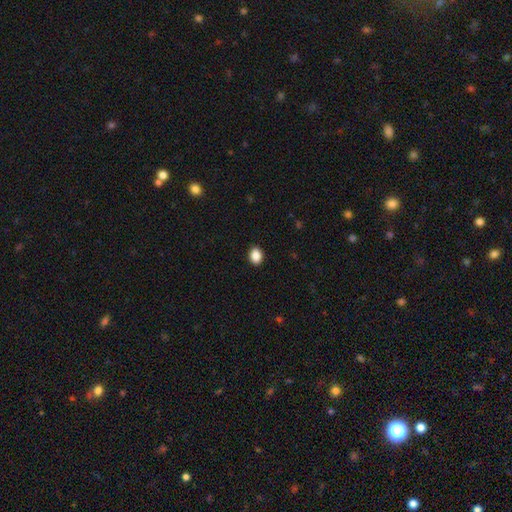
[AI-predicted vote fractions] This appears to be a smooth galaxy with no disk features (88%) that is in between round and cigar-shaped (67%). Merging: none (90%).